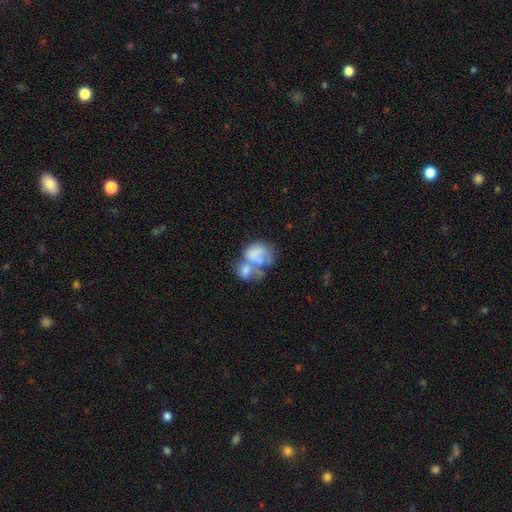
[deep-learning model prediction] A smooth galaxy with no disk features (56%) that is in between round and cigar-shaped (59%).

Vote fractions:
- Smooth or featured? smooth: 56% / featured or disk: 35% / star or artifact: 9%
- How rounded? in between: 59% / round: 40% / cigar-shaped: 1%
- Merging? merger: 57% / major disturbance: 19% / none: 14% / minor disturbance: 10%